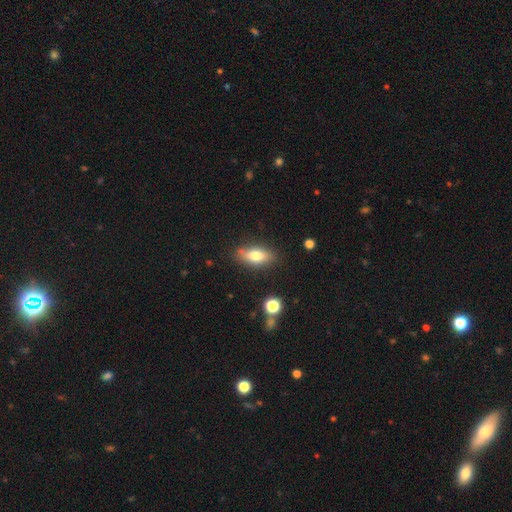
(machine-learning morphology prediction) Smooth or featured?
  - smooth: 70% *
  - featured or disk: 22%
  - star or artifact: 8%
How rounded?
  - in between: 76% *
  - cigar-shaped: 19%
  - round: 4%
Merging?
  - none: 80% *
  - minor disturbance: 14%
  - major disturbance: 3%
  - merger: 3%